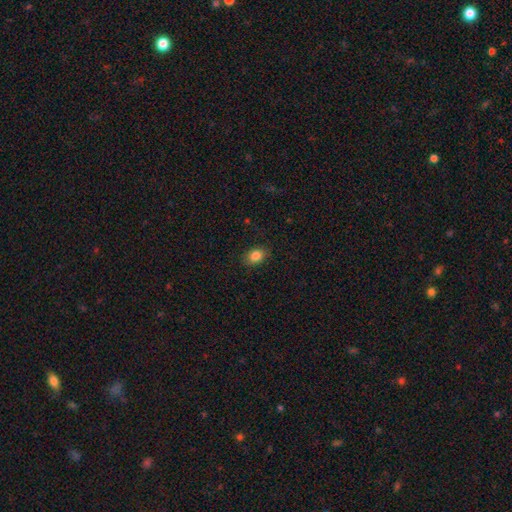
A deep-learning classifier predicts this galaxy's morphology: A smooth galaxy with no disk features (85%) that is in between round and cigar-shaped (72%).

Vote fractions:
- Smooth or featured? smooth: 85% / star or artifact: 9% / featured or disk: 6%
- How rounded? in between: 72% / round: 27% / cigar-shaped: 1%
- Merging? none: 87% / minor disturbance: 10% / major disturbance: 3% / merger: 1%